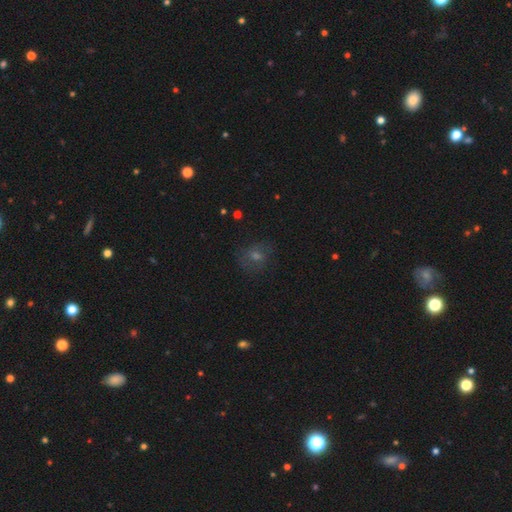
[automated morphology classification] smooth_or_featured: smooth (p=0.46) [alt: star or artifact p=0.28]
merging: none (p=0.75) [alt: minor disturbance p=0.15]